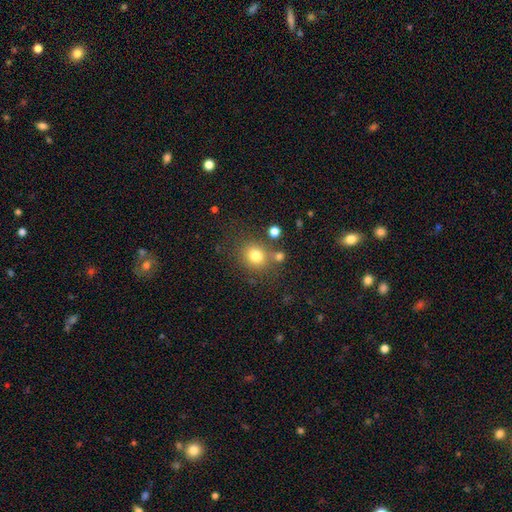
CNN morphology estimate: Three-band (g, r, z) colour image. It shows a smooth galaxy with no disk features (77%) that is round (82%). Merging: none (73%).